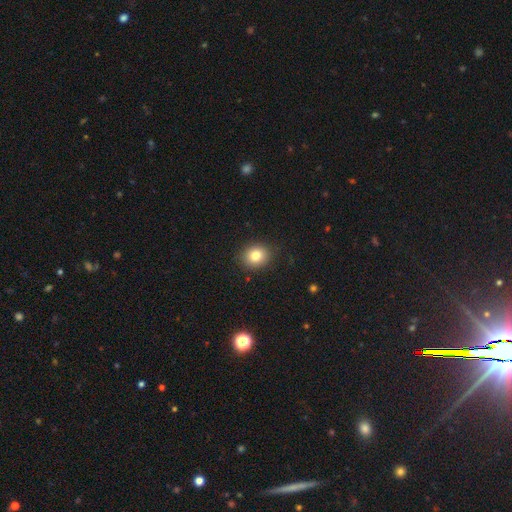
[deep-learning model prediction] Q: Smooth or featured?
A: smooth (82%); runner-up: star or artifact (11%)
Q: How rounded?
A: round (66%); runner-up: in between (34%)
Q: Merging?
A: none (89%); runner-up: minor disturbance (8%)